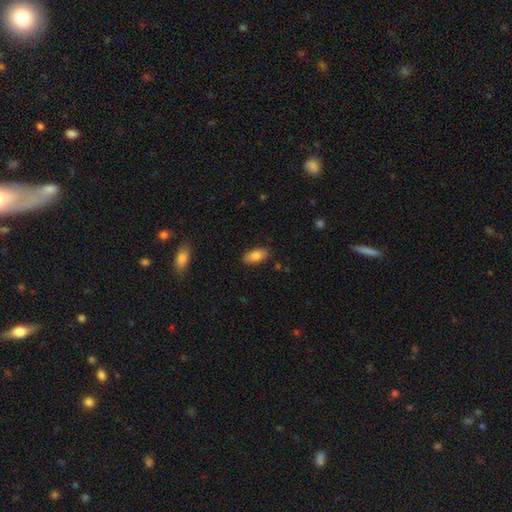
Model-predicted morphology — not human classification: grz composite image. It shows a smooth galaxy with no disk features (82%) that is in between round and cigar-shaped (91%). Merging: none (86%).